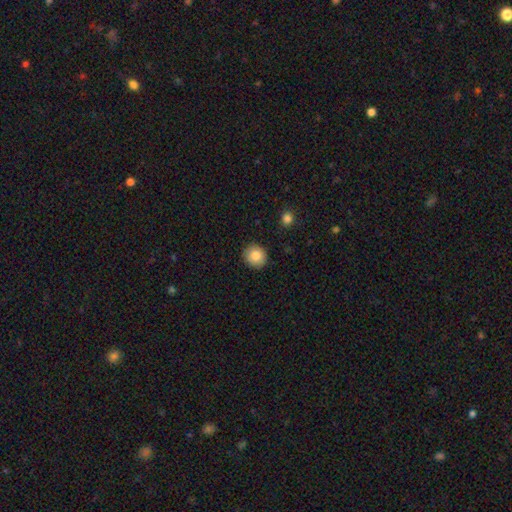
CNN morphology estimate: The model was most divided on "smooth or featured": smooth: 86%, star or artifact: 8%, featured or disk: 6%. More confident: merging — none (90%); how rounded — round (89%).